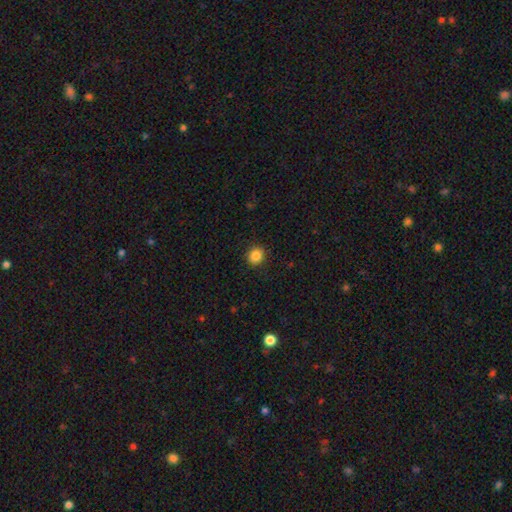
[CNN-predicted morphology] The model was most divided on "how rounded": round: 85%, in between: 15%, cigar-shaped: 1%. More confident: merging — none (91%); smooth or featured — smooth (85%).